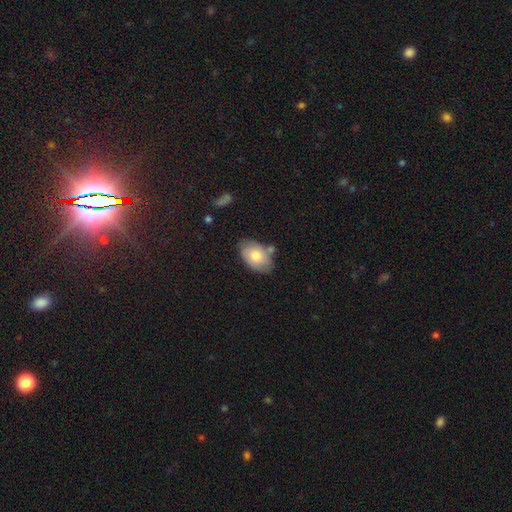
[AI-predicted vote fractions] Morphology: type=smooth (74%); roundness=in between (89%); merging=none (68%).